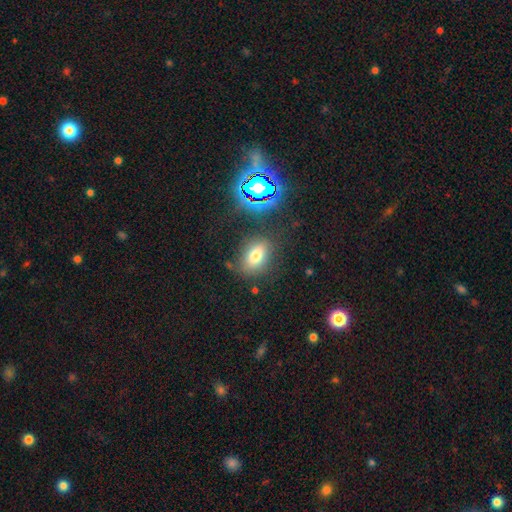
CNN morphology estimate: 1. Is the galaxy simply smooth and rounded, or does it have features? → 70% smooth, 17% star or artifact, 13% featured or disk.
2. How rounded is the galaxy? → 75% in between, 22% round, 3% cigar-shaped.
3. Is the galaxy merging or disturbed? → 74% none, 16% minor disturbance, 6% major disturbance, 4% merger.